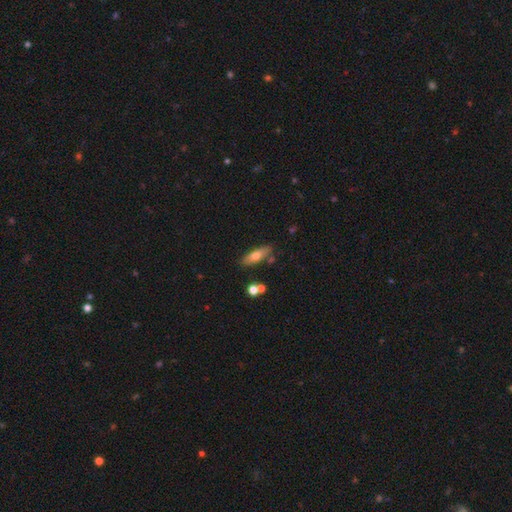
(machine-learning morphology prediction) Smooth or featured? smooth (64%)
How rounded? cigar-shaped (49%)
Merging? none (77%)